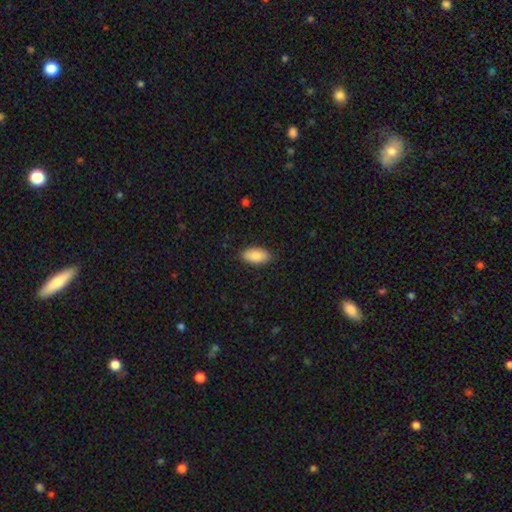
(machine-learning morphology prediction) This appears to be a smooth galaxy with no disk features (88%) that is in between round and cigar-shaped (94%). Merging: none (87%).